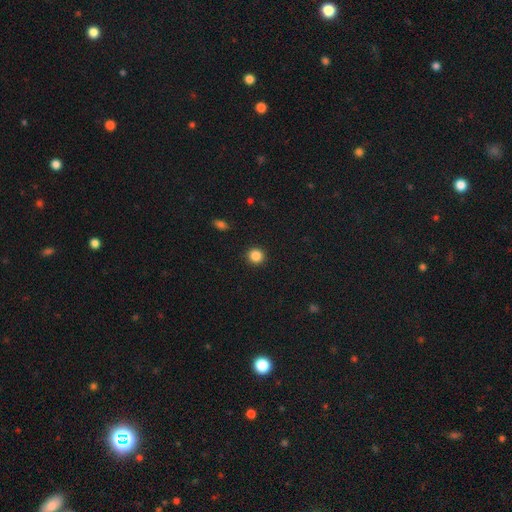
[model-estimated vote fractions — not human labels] Smooth or featured?
  - smooth: 86% *
  - star or artifact: 11%
  - featured or disk: 3%
How rounded?
  - round: 94% *
  - in between: 6%
  - cigar-shaped: 1%
Merging?
  - none: 92% *
  - minor disturbance: 5%
  - major disturbance: 2%
  - merger: 1%